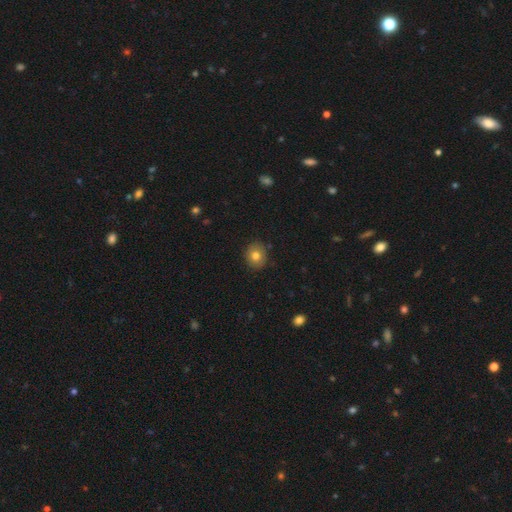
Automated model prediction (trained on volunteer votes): Overall: smooth (78%). How rounded: round (71%). Merging: none (88%).